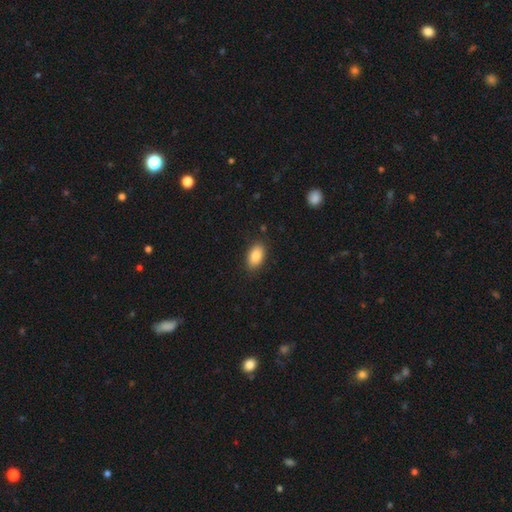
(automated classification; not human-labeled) Smooth or featured? Predicted: smooth (p=0.87). How rounded? Predicted: in between (p=0.92). Merging? Predicted: none (p=0.87).